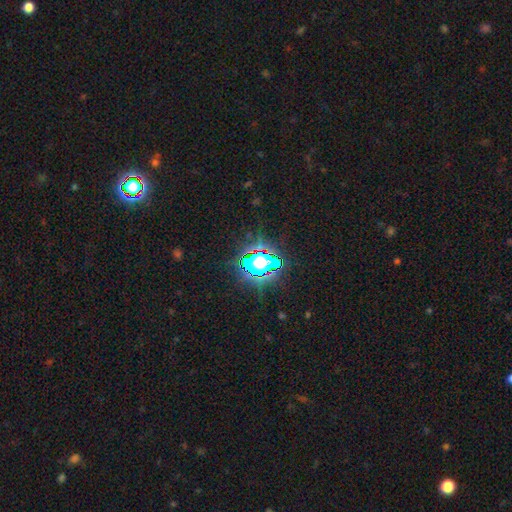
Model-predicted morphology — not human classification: This appears to be a star or artifact, not a galaxy (72%).